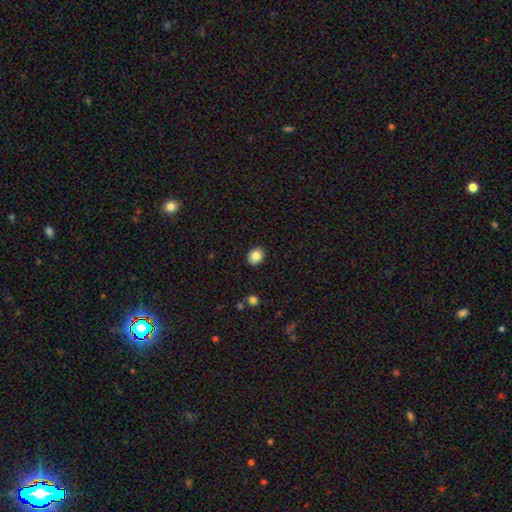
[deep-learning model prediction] Smooth or featured? smooth (86%)
How rounded? in between (55%)
Merging? none (89%)